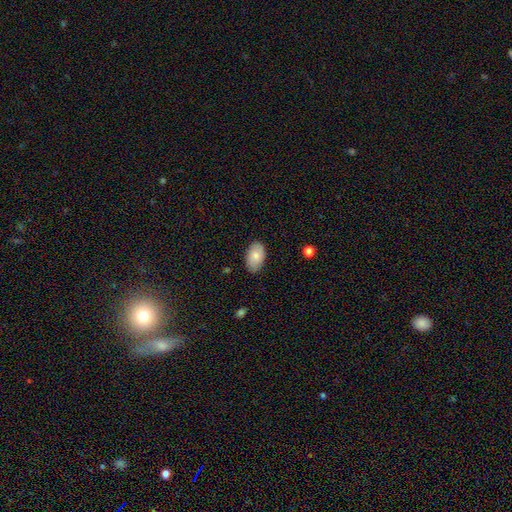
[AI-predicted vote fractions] Morphology: type=smooth (77%); roundness=in between (93%); merging=none (82%).